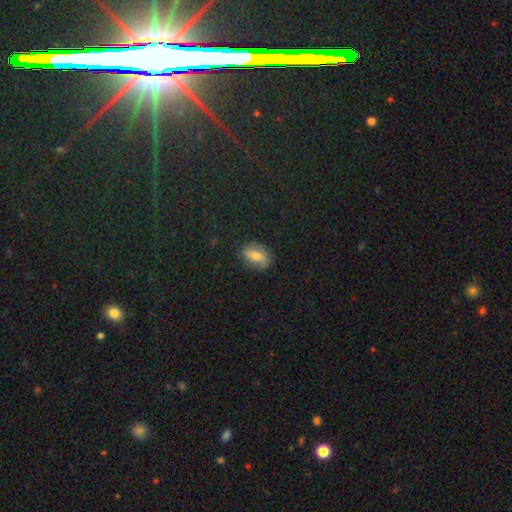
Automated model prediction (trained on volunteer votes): Q: Smooth or featured?
A: smooth (51%); runner-up: featured or disk (36%)
Q: How rounded?
A: in between (77%); runner-up: round (20%)
Q: Merging?
A: none (78%); runner-up: minor disturbance (16%)